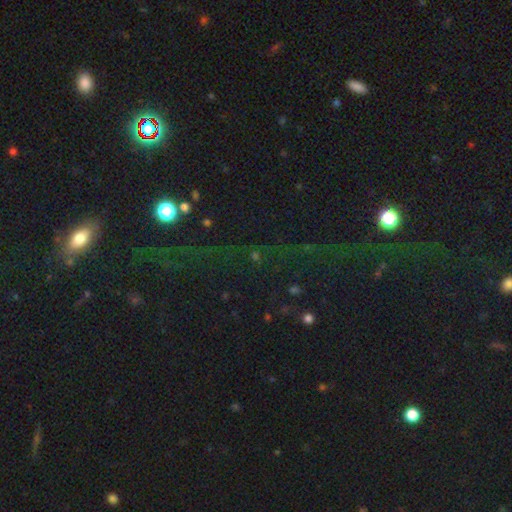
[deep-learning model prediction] The model was most divided on "smooth or featured": star or artifact: 69%, smooth: 20%, featured or disk: 11%.